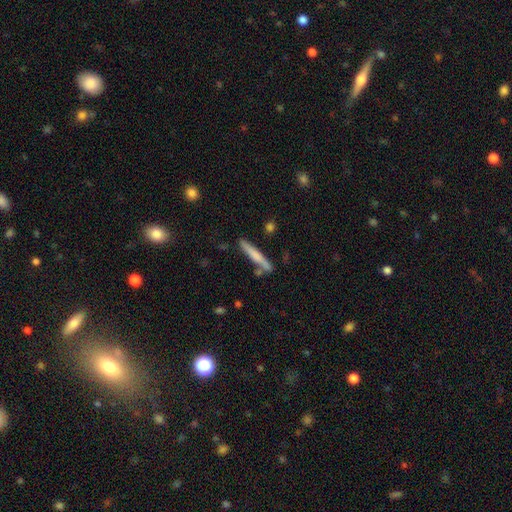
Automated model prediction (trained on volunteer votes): Smooth or featured: smooth — 59% (featured or disk — 35%)
How rounded: cigar-shaped — 94% (in between — 4%)
Merging: none — 76% (minor disturbance — 13%)